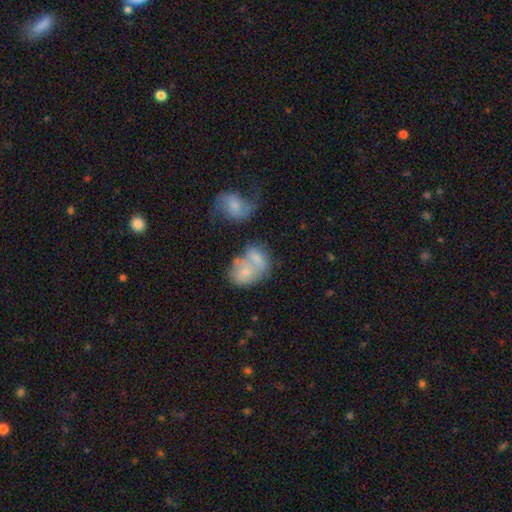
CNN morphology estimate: A smooth galaxy with no disk features (59%) that is in between round and cigar-shaped (68%). Merging: merger (59%).